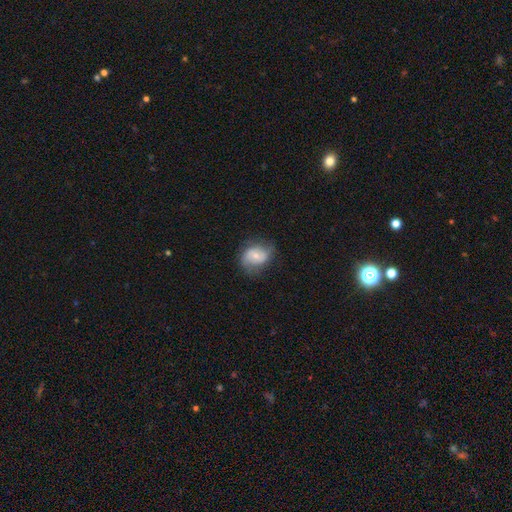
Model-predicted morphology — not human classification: A smooth galaxy with no disk features (48%). Merging: none (64%).